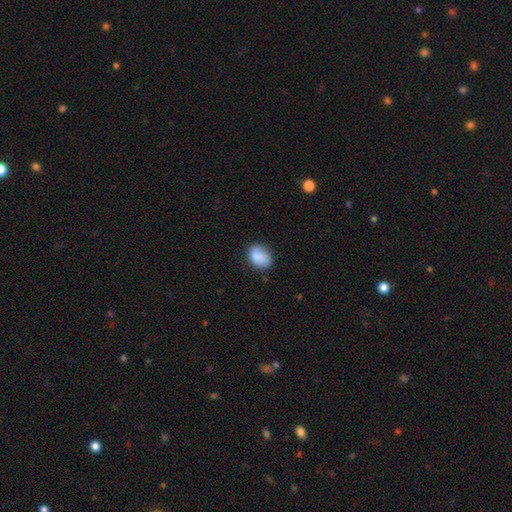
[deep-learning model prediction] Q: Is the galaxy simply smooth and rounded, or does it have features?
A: smooth — 85%.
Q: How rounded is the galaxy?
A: in between — 69%.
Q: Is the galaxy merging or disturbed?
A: none — 71%.